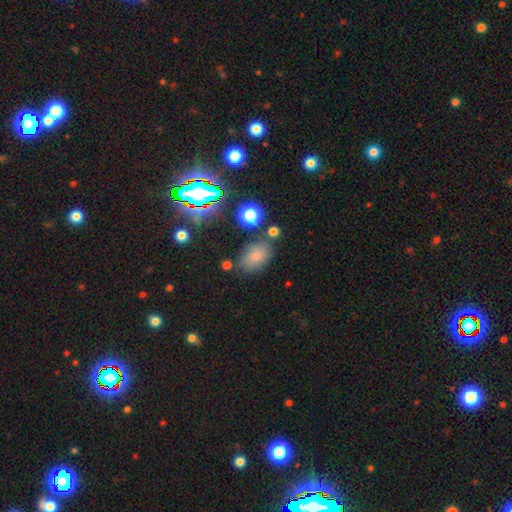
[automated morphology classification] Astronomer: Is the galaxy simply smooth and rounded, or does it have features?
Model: smooth — 72%.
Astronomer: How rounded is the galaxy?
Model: in between — 82%.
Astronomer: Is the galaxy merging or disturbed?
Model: none — 71%.